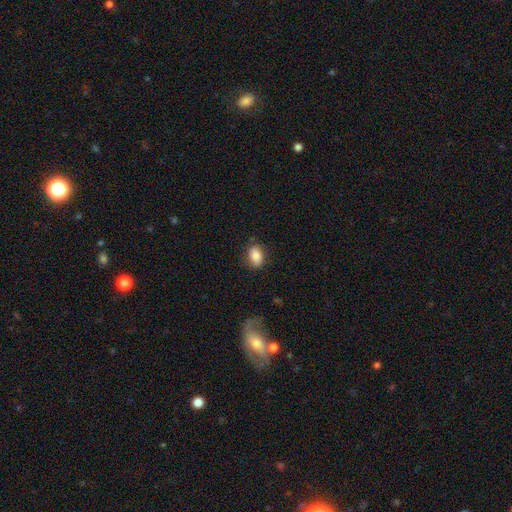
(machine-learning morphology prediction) Q: Smooth or featured?
A: smooth (81%); runner-up: featured or disk (10%)
Q: How rounded?
A: in between (80%); runner-up: round (18%)
Q: Merging?
A: none (79%); runner-up: minor disturbance (16%)